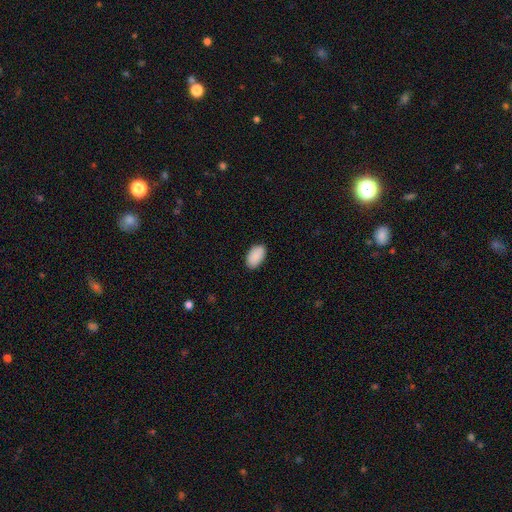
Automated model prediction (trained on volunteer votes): This is clearly a smooth galaxy (90%). How rounded: clearly in between (95%). Merging: clearly none (87%).